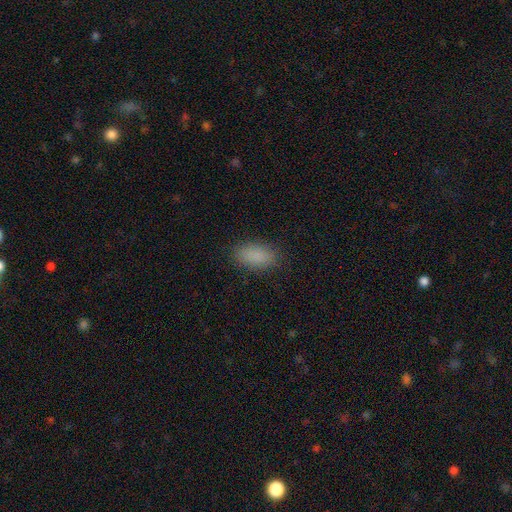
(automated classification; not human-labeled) smooth_or_featured: smooth (p=0.88) [alt: star or artifact p=0.08]
how_rounded: in between (p=0.89) [alt: cigar-shaped p=0.07]
merging: none (p=0.86) [alt: minor disturbance p=0.10]